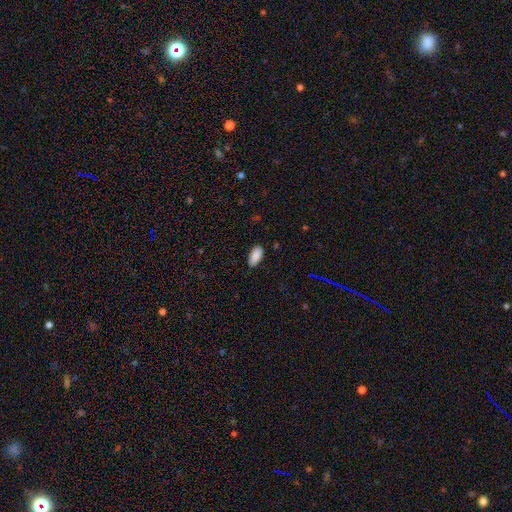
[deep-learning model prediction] Smooth or featured?
  - smooth: 90% *
  - star or artifact: 7%
  - featured or disk: 3%
How rounded?
  - in between: 92% *
  - cigar-shaped: 6%
  - round: 2%
Merging?
  - none: 83% *
  - minor disturbance: 14%
  - major disturbance: 2%
  - merger: 1%